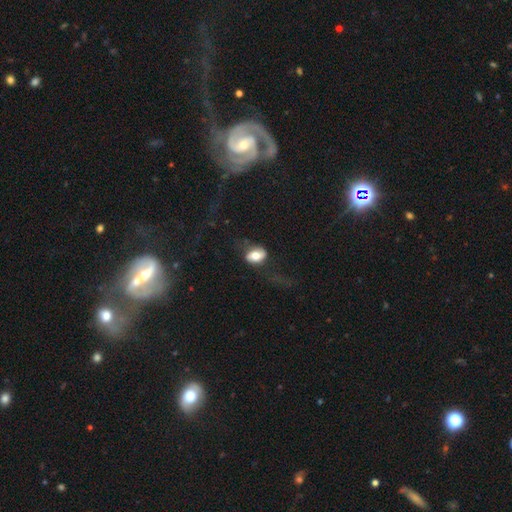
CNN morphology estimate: Q: Smooth or featured?
A: smooth (61%); runner-up: featured or disk (32%)
Q: How rounded?
A: in between (82%); runner-up: round (16%)
Q: Merging?
A: none (49%); runner-up: major disturbance (27%)